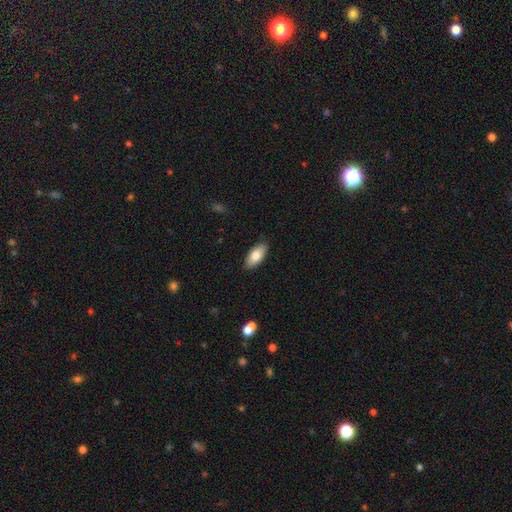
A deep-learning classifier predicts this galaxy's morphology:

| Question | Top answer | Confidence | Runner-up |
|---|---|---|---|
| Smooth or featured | smooth | 81% | featured or disk (13%) |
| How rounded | in between | 89% | cigar-shaped (8%) |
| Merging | none | 88% | minor disturbance (9%) |